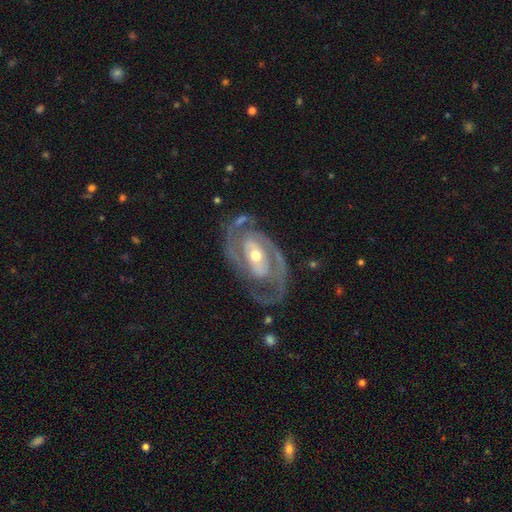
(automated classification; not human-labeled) Smooth or featured: featured or disk — 89% (smooth — 7%)
Edge-on disk: no — 96% (yes — 4%)
Bar: no — 41% (weak — 32%)
Spiral arms: yes — 90% (no — 10%)
Spiral winding: tight — 47% (medium — 42%)
Spiral arm count: 2 — 85% (can't tell — 6%)
Bulge size: moderate — 63% (small — 30%)
Merging: none — 73% (minor disturbance — 15%)